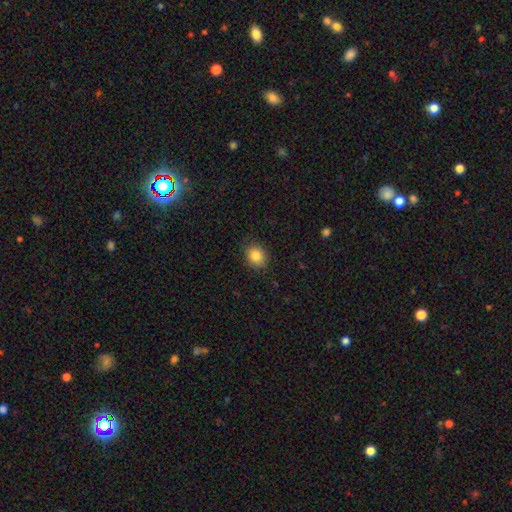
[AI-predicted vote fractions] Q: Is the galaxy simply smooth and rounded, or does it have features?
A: smooth — 85%.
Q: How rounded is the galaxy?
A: round — 55%.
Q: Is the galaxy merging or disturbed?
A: none — 86%.